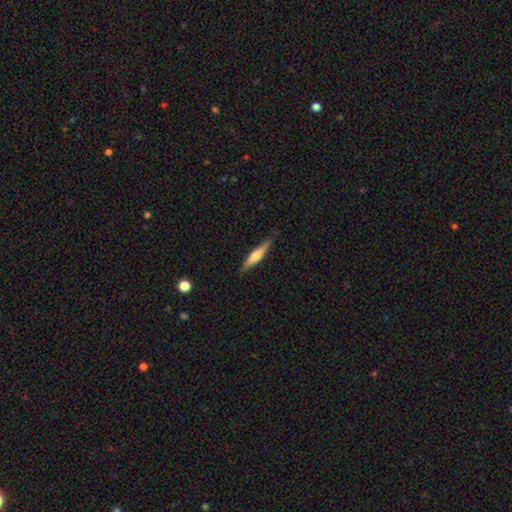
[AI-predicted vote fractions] Smooth or featured: smooth — 50% (featured or disk — 45%)
Merging: none — 80% (minor disturbance — 16%)